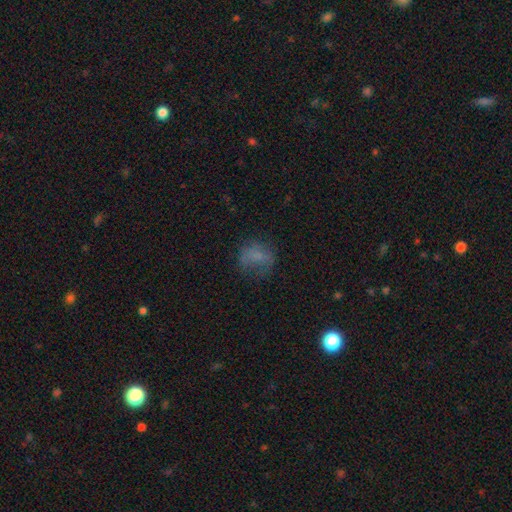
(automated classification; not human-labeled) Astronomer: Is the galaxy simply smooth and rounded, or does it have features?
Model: smooth — 62%.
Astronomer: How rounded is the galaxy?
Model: round — 60% (runner-up: in between, 39%).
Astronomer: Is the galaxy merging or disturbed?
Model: none — 52%.